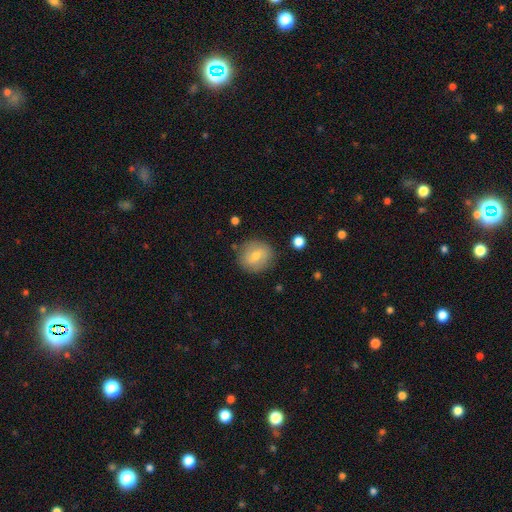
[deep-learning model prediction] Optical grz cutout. It shows a smooth galaxy with no disk features (65%) that is round (80%). Merging: none (84%).